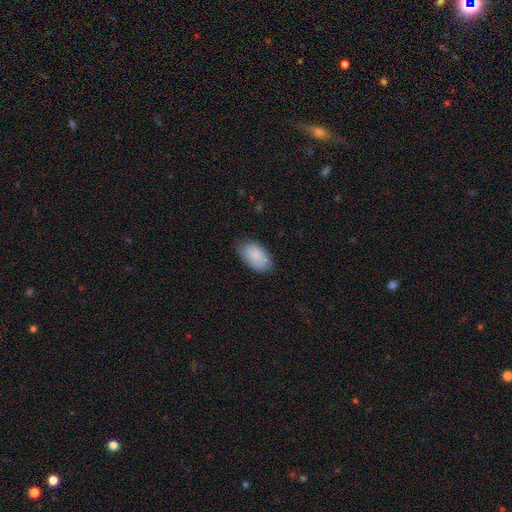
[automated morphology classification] smooth_or_featured: smooth (p=0.88) [alt: featured or disk p=0.07]
how_rounded: in between (p=0.95) [alt: round p=0.04]
merging: none (p=0.80) [alt: minor disturbance p=0.16]